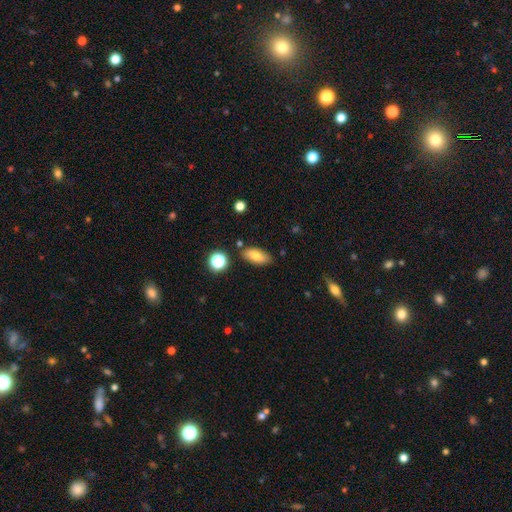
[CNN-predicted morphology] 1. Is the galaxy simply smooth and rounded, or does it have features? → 75% smooth, 15% featured or disk, 9% star or artifact.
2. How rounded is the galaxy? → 85% in between, 10% cigar-shaped, 5% round.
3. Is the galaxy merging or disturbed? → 82% none, 12% minor disturbance, 4% merger, 3% major disturbance.